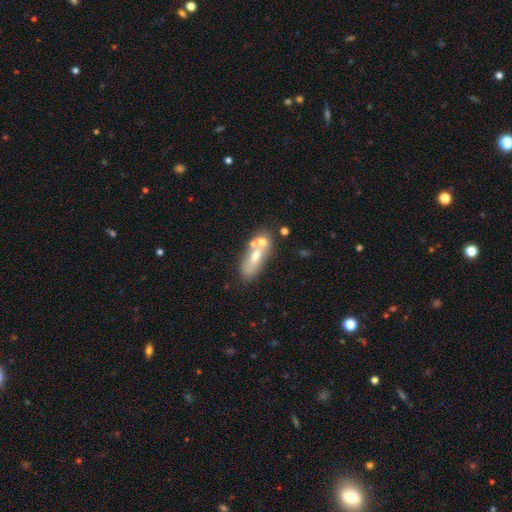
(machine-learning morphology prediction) This is possibly a smooth galaxy (51%). How rounded: likely in between (66%). Merging: marginally none (43%).